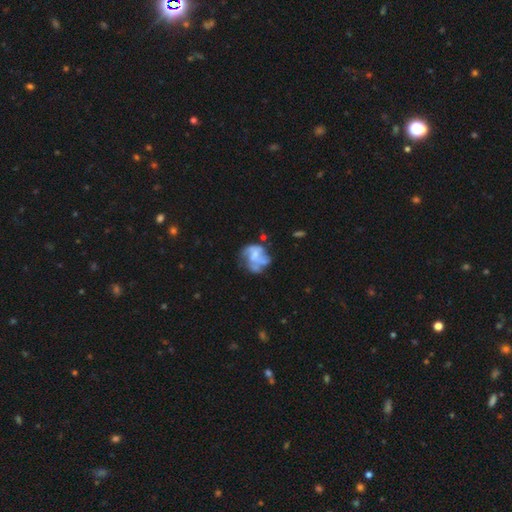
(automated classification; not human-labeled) Smooth or featured? featured or disk (63%)
Edge-on disk? no (98%)
Bar? no (69%)
Spiral arms? no (59%)
Bulge size? none (34%)
Merging? none (39%)